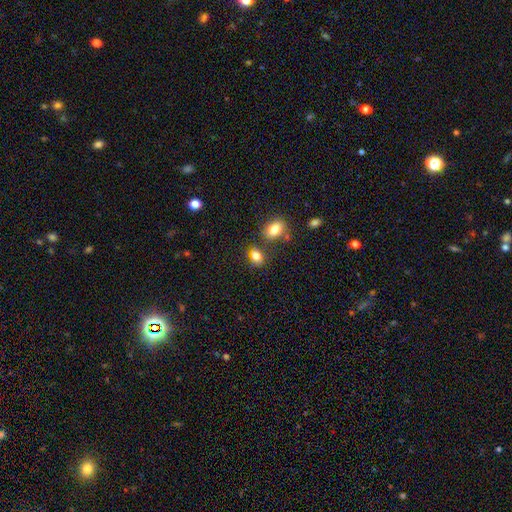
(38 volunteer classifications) smooth 82%, featured or disk 16%, star or artifact 3%. Down the decision tree: how rounded — in between (77%); merging — none (73%).